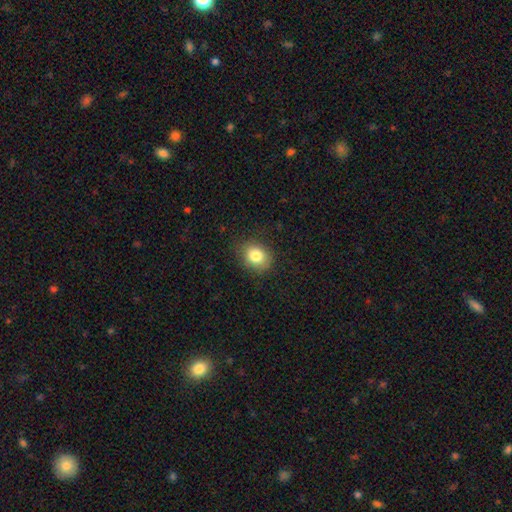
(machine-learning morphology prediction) A smooth galaxy with no disk features (82%) that is round (57%).

Vote fractions:
- Smooth or featured? smooth: 82% / star or artifact: 10% / featured or disk: 8%
- How rounded? round: 57% / in between: 42% / cigar-shaped: 1%
- Merging? none: 83% / minor disturbance: 13% / major disturbance: 4% / merger: 1%